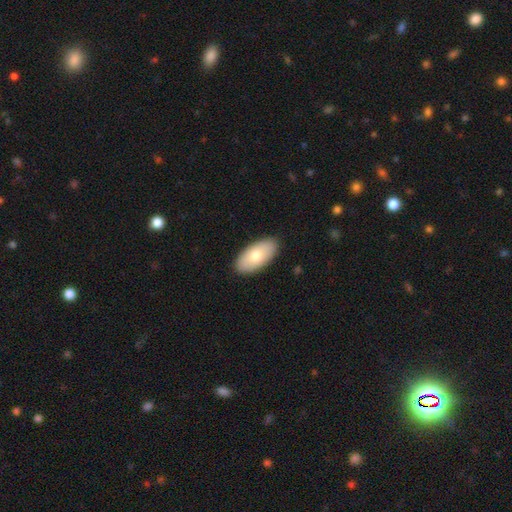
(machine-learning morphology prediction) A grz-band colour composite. It shows a smooth galaxy with no disk features (75%) that is in between round and cigar-shaped (94%). Merging: none (89%).